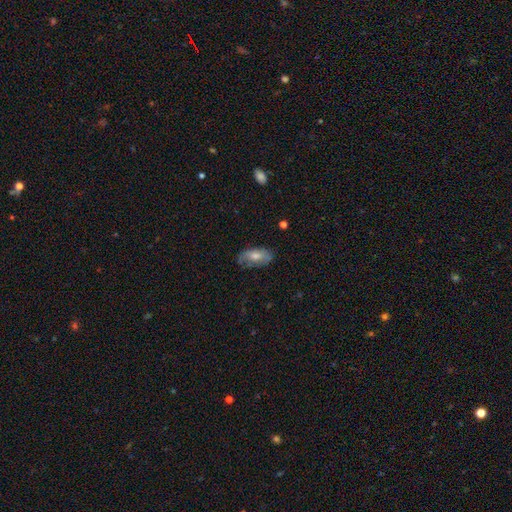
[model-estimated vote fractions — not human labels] Q: Smooth or featured?
A: smooth (49%); runner-up: featured or disk (42%)
Q: Merging?
A: none (72%); runner-up: minor disturbance (21%)